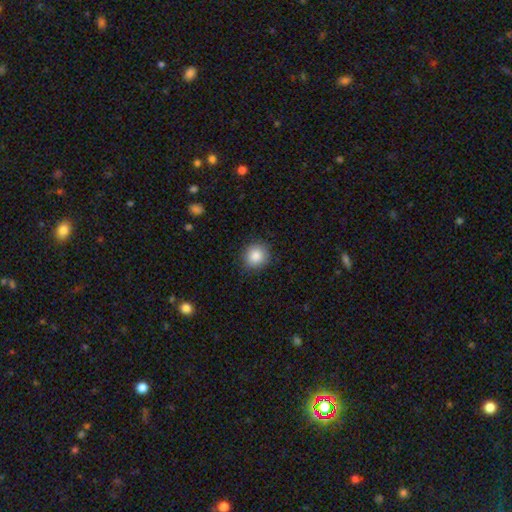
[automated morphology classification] type=smooth (86%); roundness=round (88%); merging=none (89%).